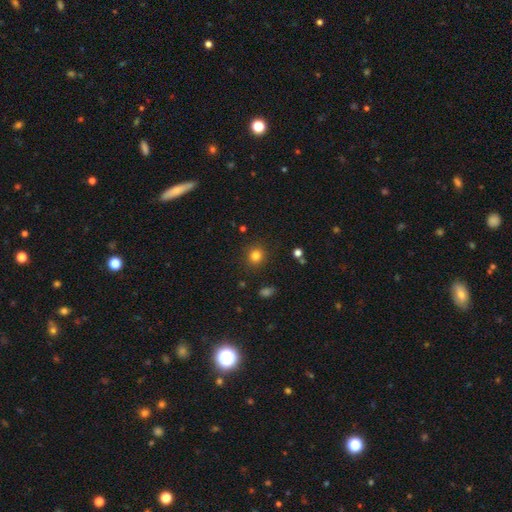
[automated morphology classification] The model was most divided on "smooth or featured": smooth: 81%, star or artifact: 13%, featured or disk: 5%. More confident: merging — none (89%); how rounded — round (89%).